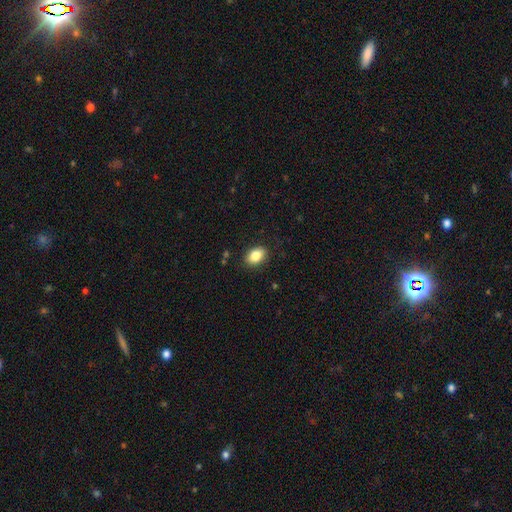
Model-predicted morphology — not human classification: Smooth or featured: smooth — 85% (star or artifact — 8%)
How rounded: in between — 80% (round — 19%)
Merging: none — 86% (minor disturbance — 10%)